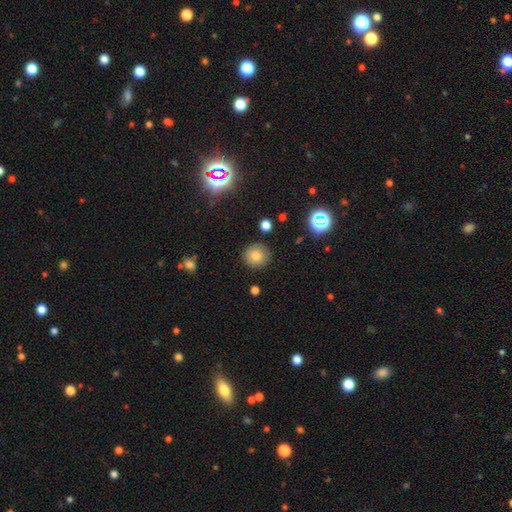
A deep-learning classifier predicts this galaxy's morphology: The model was most divided on "smooth or featured": smooth: 78%, star or artifact: 12%, featured or disk: 10%. More confident: how rounded — round (91%); merging — none (88%).